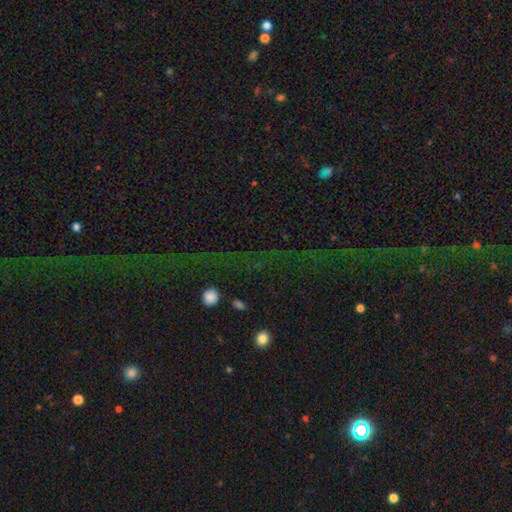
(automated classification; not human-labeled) Smooth or featured? star or artifact (72%)